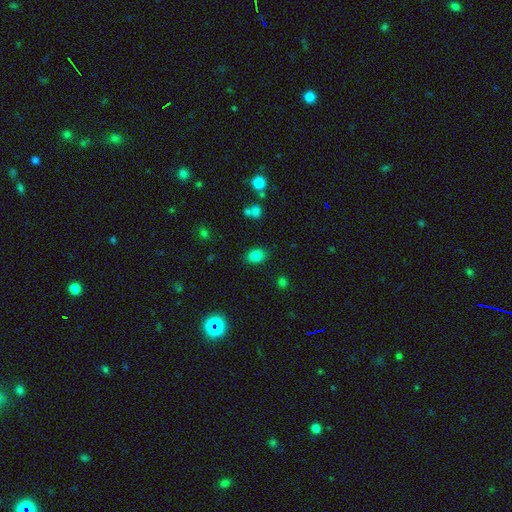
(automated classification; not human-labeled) Morphology: type=smooth (81%); roundness=in between (68%); merging=none (84%).